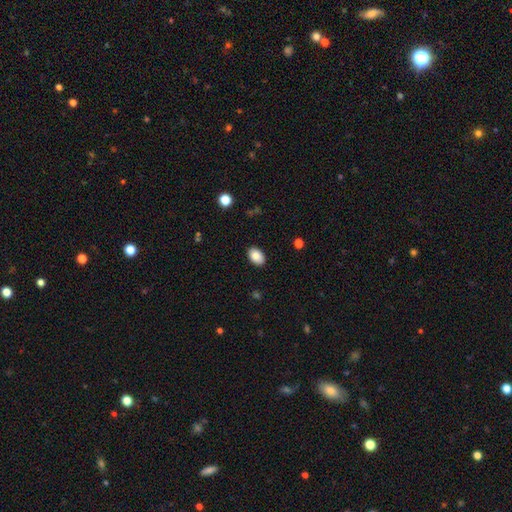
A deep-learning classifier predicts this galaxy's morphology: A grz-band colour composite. It shows a smooth galaxy with no disk features (85%) that is in between round and cigar-shaped (88%). Merging: none (88%).